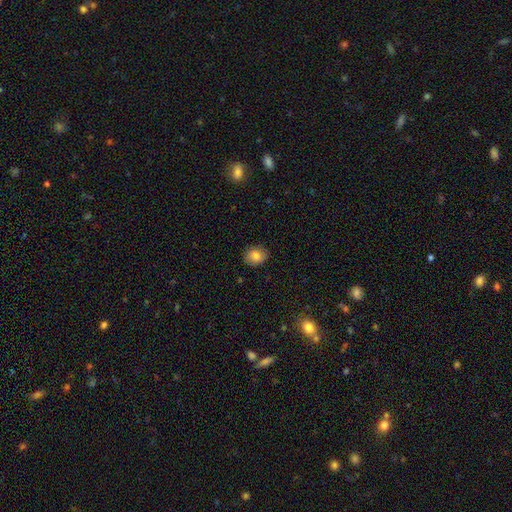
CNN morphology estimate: The model was most divided on "how rounded": round: 60%, in between: 39%, cigar-shaped: 1%. More confident: merging — none (85%); smooth or featured — smooth (80%).